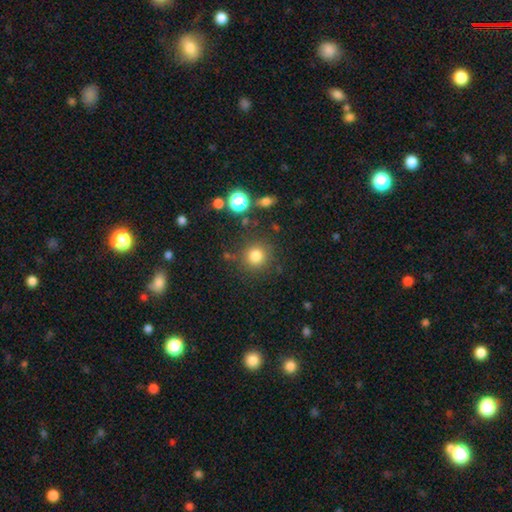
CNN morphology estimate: A smooth galaxy with no disk features (80%) that is round (92%).

Vote fractions:
- Smooth or featured? smooth: 80% / star or artifact: 13% / featured or disk: 6%
- How rounded? round: 92% / in between: 7% / cigar-shaped: 1%
- Merging? none: 83% / minor disturbance: 9% / major disturbance: 4% / merger: 4%